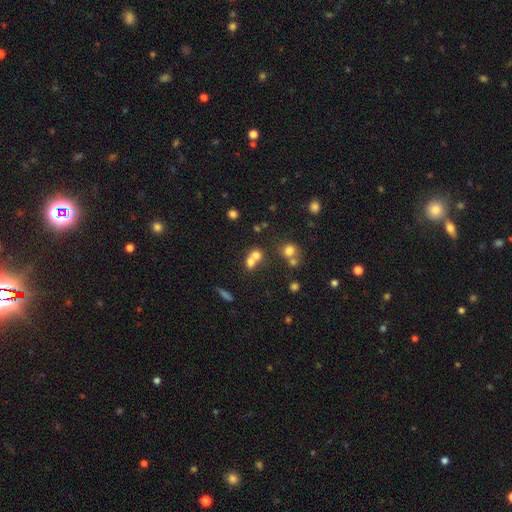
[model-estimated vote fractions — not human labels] The model was most divided on "merging": merger: 58%, none: 32%, minor disturbance: 6%, major disturbance: 4%. More confident: how rounded — round (73%); smooth or featured — smooth (68%).